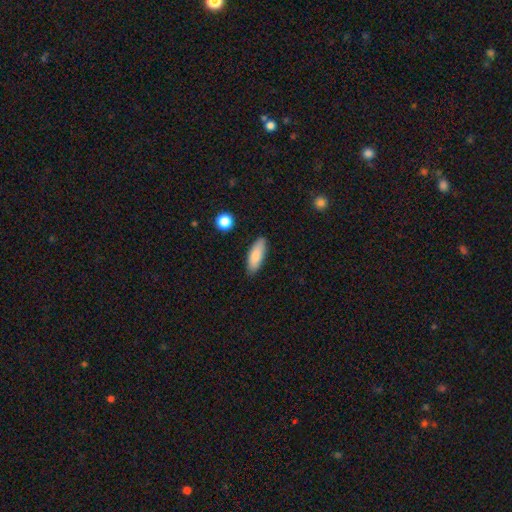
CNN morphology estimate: smooth-or-featured: smooth: 83% | featured or disk: 10% | star or artifact: 6%
  how-rounded: in between: 68% | cigar-shaped: 30% | round: 2%
  merging: none: 87% | minor disturbance: 10% | major disturbance: 2% | merger: 2%